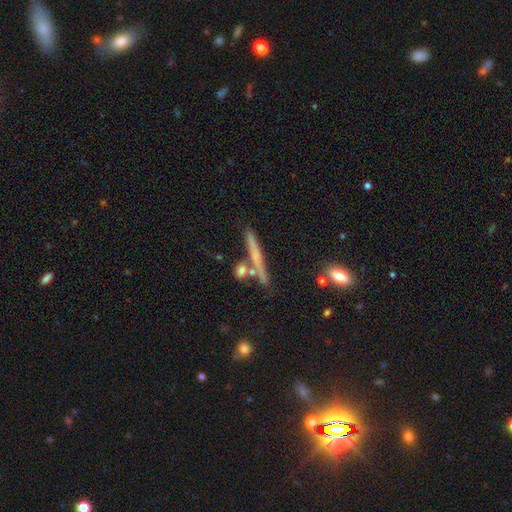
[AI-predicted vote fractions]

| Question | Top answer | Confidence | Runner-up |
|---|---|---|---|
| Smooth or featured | featured or disk | 46% | smooth (44%) |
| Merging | none | 77% | minor disturbance (11%) |